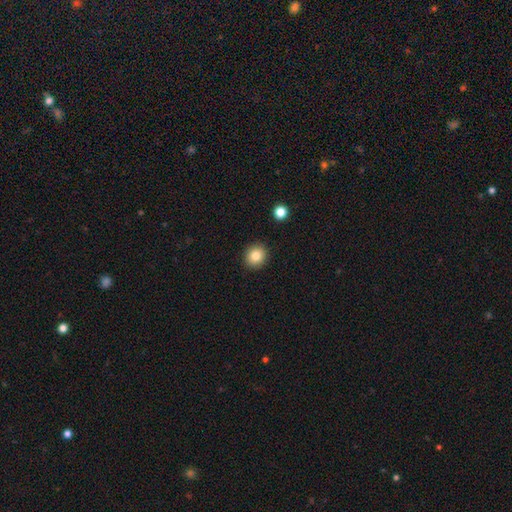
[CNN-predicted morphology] This appears to be a smooth galaxy with no disk features (83%) that is round (80%). Merging: none (91%).